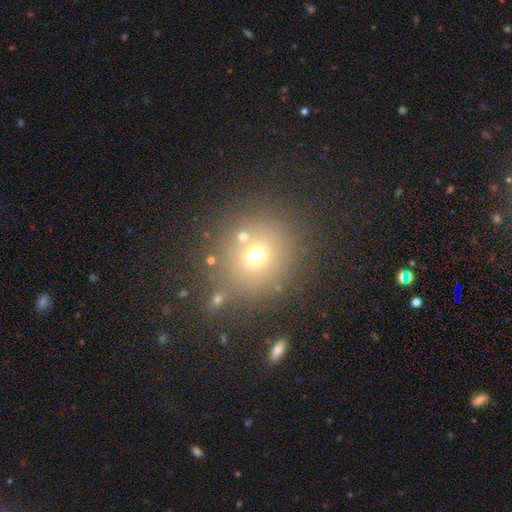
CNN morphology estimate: smooth_or_featured: smooth (p=0.66) [alt: star or artifact p=0.21]
how_rounded: round (p=0.89) [alt: in between p=0.10]
merging: none (p=0.76) [alt: merger p=0.10]